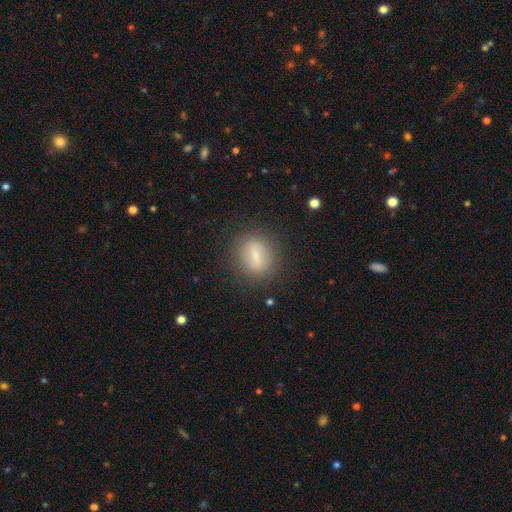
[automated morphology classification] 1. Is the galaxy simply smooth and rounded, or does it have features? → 61% smooth, 29% featured or disk, 10% star or artifact.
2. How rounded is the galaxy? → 47% in between, 44% round, 10% cigar-shaped.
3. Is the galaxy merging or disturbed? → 83% none, 11% minor disturbance, 4% major disturbance, 2% merger.